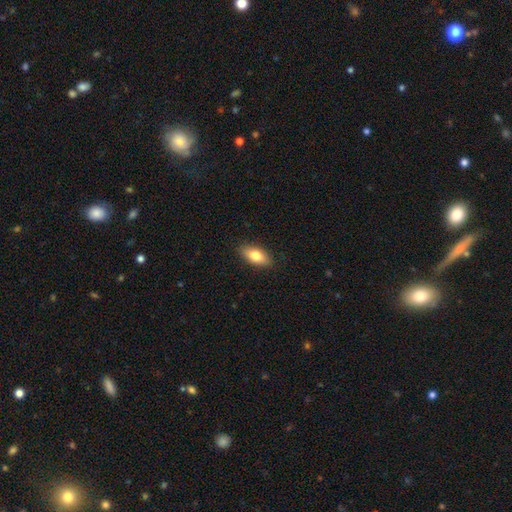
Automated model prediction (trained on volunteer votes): smooth-or-featured: smooth: 78% | featured or disk: 15% | star or artifact: 7%
  how-rounded: in between: 87% | cigar-shaped: 9% | round: 4%
  merging: none: 88% | minor disturbance: 9% | major disturbance: 2% | merger: 1%